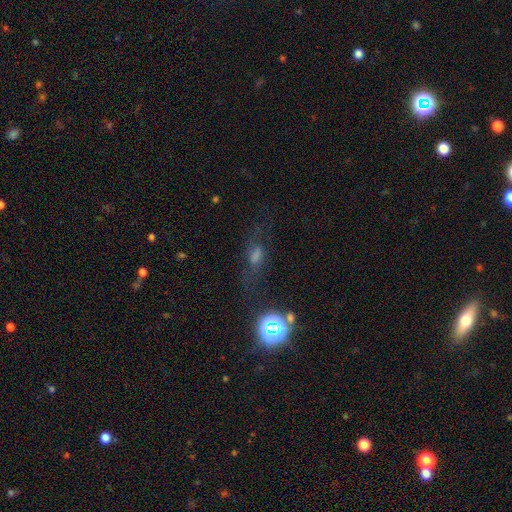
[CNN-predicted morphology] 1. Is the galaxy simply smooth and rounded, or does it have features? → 38% smooth, 31% star or artifact, 30% featured or disk.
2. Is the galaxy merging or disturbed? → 58% none, 19% minor disturbance, 19% major disturbance, 4% merger.